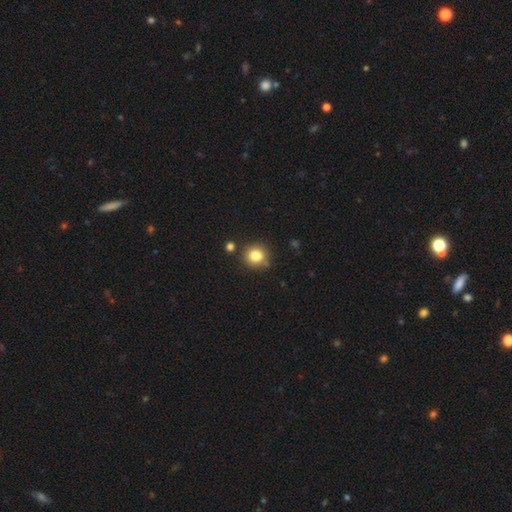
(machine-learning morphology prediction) type=smooth (81%); roundness=round (86%); merging=none (77%).